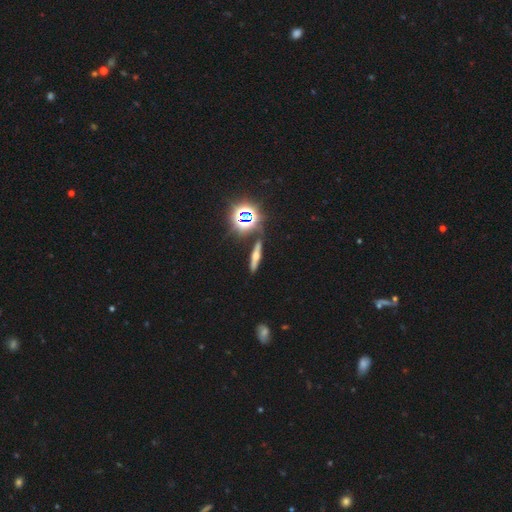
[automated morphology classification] This is marginally a featured or disk galaxy (45%). Merging: clearly none (84%).